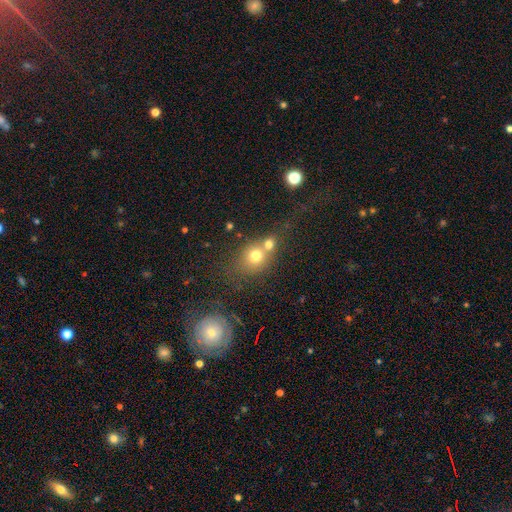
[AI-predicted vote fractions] A smooth galaxy with no disk features (70%) that is round (72%).

Vote fractions:
- Smooth or featured? smooth: 70% / featured or disk: 15% / star or artifact: 14%
- How rounded? round: 72% / in between: 26% / cigar-shaped: 1%
- Merging? merger: 51% / none: 36% / minor disturbance: 8% / major disturbance: 5%